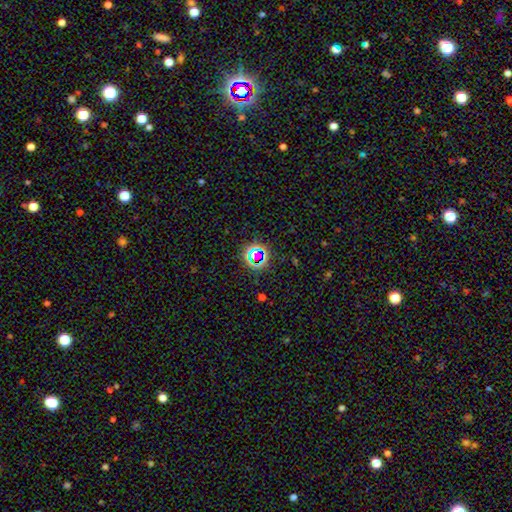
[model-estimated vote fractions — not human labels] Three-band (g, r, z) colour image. It shows a star or artifact, not a galaxy (69%).